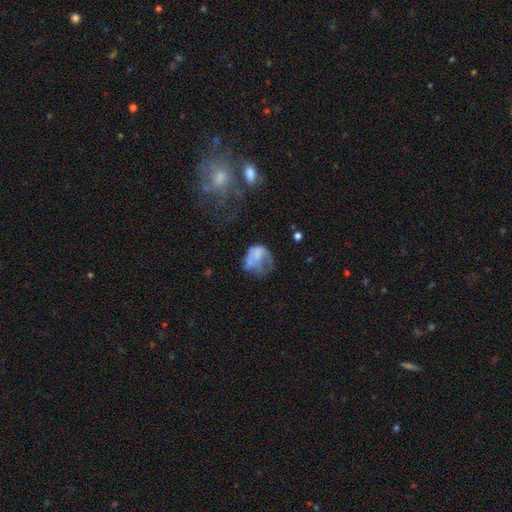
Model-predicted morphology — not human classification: This is possibly a smooth galaxy (48%). Merging: marginally major disturbance (45%).